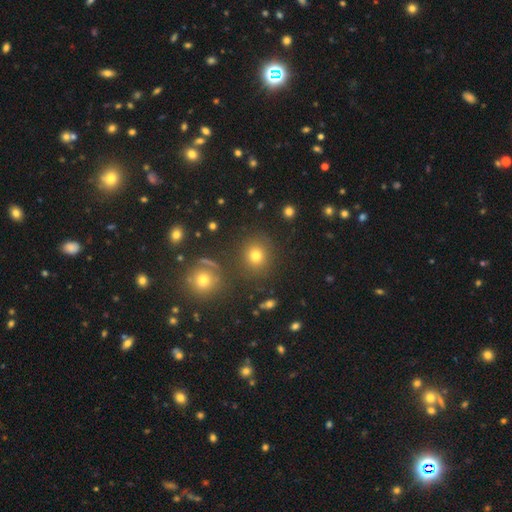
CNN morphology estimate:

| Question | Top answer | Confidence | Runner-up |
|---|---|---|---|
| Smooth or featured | smooth | 72% | star or artifact (19%) |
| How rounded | round | 87% | in between (12%) |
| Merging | none | 84% | minor disturbance (8%) |